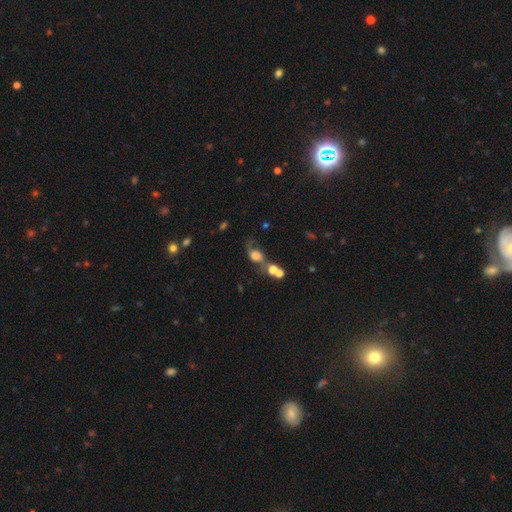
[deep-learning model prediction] smooth_or_featured: smooth (p=0.47) [alt: featured or disk p=0.36]
merging: none (p=0.30) [alt: major disturbance p=0.27]